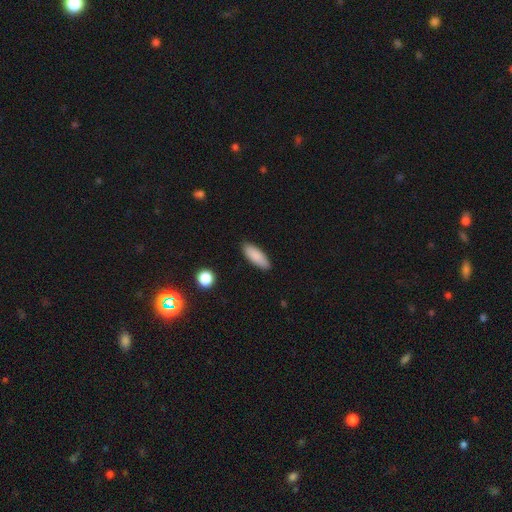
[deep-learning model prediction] Overall: smooth (87%). How rounded: in between (67%; cigar-shaped 32%). Merging: none (88%).